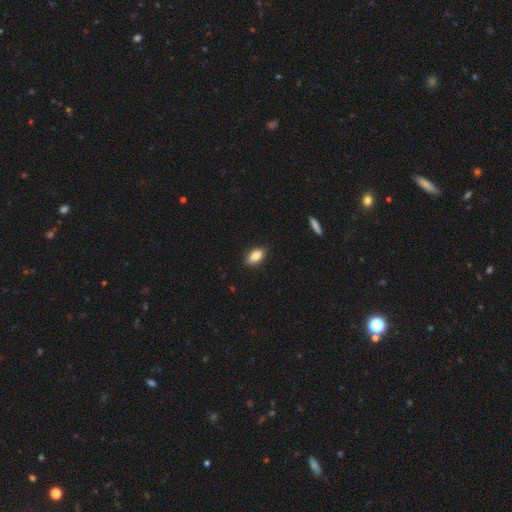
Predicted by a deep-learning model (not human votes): A smooth galaxy with no disk features (84%) that is in between round and cigar-shaped (89%). Merging: none (87%).